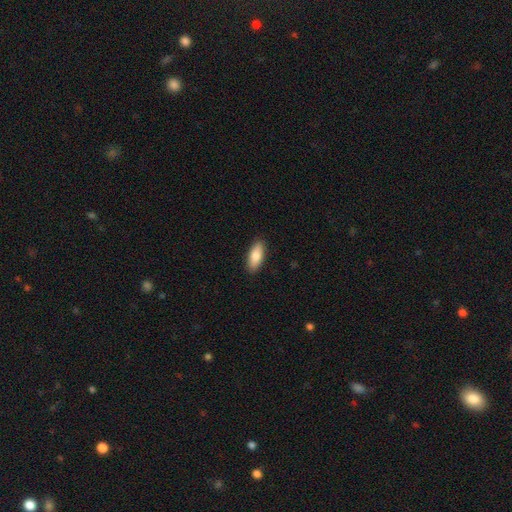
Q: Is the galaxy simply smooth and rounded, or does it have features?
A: smooth — 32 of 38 (84%).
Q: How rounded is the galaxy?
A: in between — 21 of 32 (66%).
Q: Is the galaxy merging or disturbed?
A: none — 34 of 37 (92%).